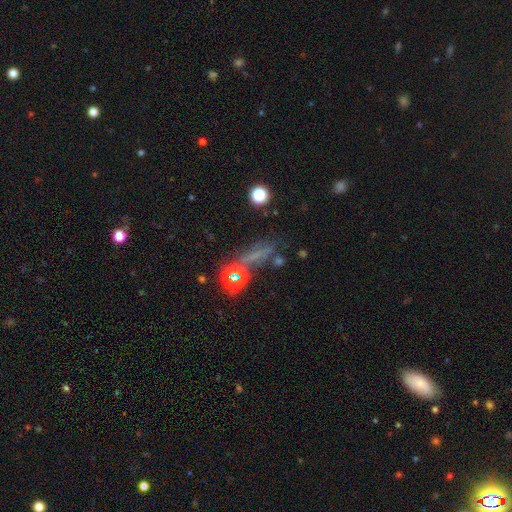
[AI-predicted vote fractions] This appears to be a star or artifact, not a galaxy (39%).